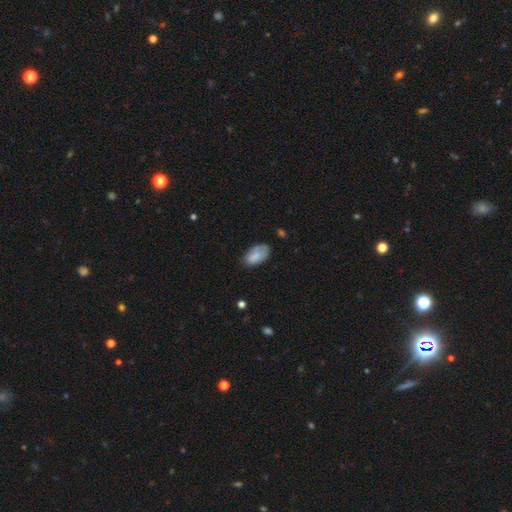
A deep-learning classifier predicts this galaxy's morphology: A smooth galaxy with no disk features (80%) that is in between round and cigar-shaped (94%). Merging: none (65%).